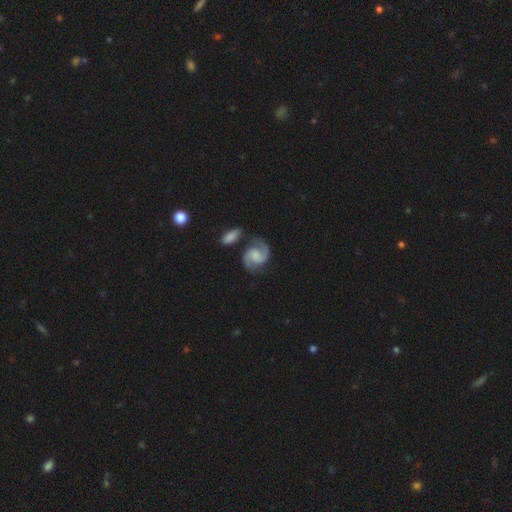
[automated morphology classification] Q: Smooth or featured?
A: featured or disk (87%); runner-up: smooth (8%)
Q: Edge-on disk?
A: no (98%); runner-up: yes (2%)
Q: Bar?
A: no (50%); runner-up: weak (40%)
Q: Spiral arms?
A: yes (98%); runner-up: no (2%)
Q: Spiral winding?
A: medium (59%); runner-up: tight (23%)
Q: Spiral arm count?
A: 2 (93%); runner-up: can't tell (2%)
Q: Bulge size?
A: none (41%); runner-up: moderate (24%)
Q: Merging?
A: none (71%); runner-up: minor disturbance (14%)